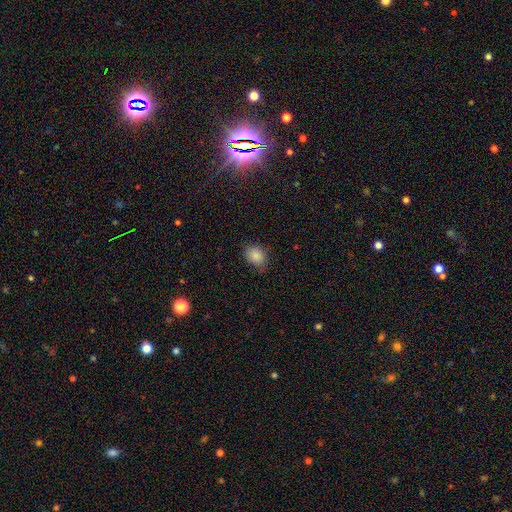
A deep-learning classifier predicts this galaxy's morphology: smooth 86%, star or artifact 9%, featured or disk 5%. Down the decision tree: how rounded — in between (52%); merging — none (75%).